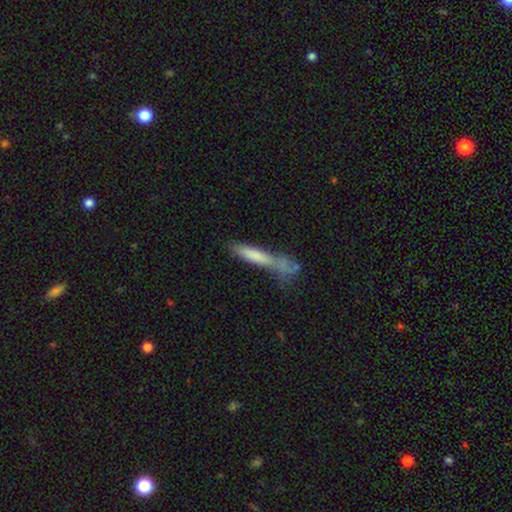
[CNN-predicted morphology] smooth-or-featured: smooth: 72% | featured or disk: 21% | star or artifact: 7%
  how-rounded: cigar-shaped: 88% | in between: 10% | round: 2%
  merging: none: 48% | minor disturbance: 21% | merger: 19% | major disturbance: 12%